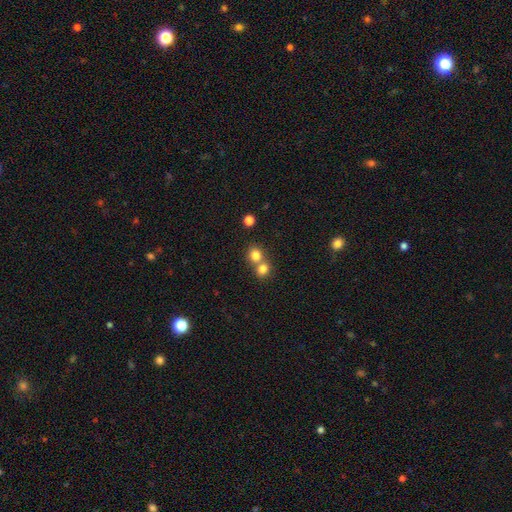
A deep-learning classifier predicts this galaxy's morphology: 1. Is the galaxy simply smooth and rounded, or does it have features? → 78% smooth, 13% star or artifact, 9% featured or disk.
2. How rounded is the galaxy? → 83% round, 16% in between, 1% cigar-shaped.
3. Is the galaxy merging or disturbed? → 51% merger, 42% none, 5% minor disturbance, 2% major disturbance.